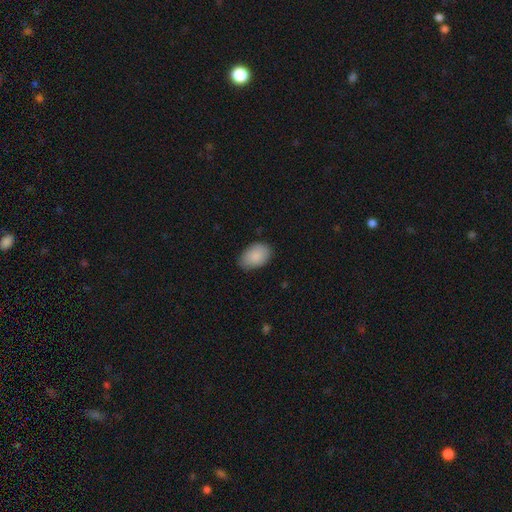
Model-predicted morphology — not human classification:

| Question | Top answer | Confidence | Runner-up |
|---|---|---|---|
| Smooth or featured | smooth | 89% | star or artifact (6%) |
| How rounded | in between | 88% | round (11%) |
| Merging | none | 78% | minor disturbance (18%) |